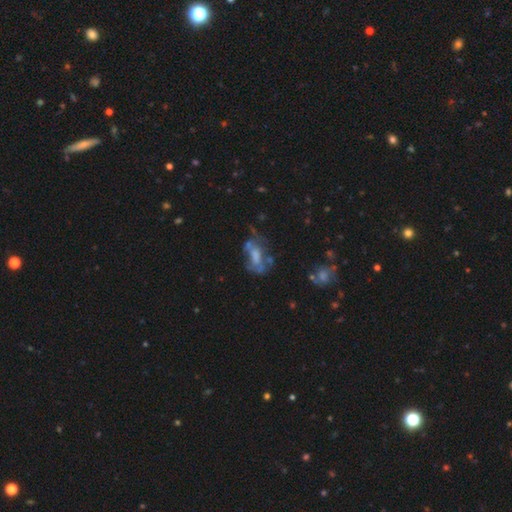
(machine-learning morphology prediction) Overall: featured or disk (51%; smooth 35%). Edge-on disk: no (94%). Merging: none (38%; major disturbance 27%).